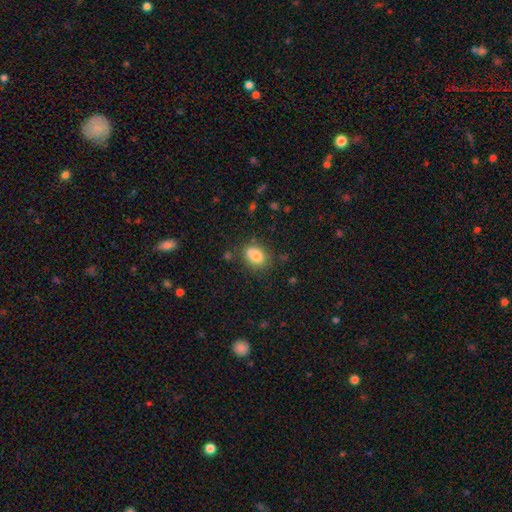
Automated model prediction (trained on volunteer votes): This appears to be a smooth galaxy with no disk features (78%) that is in between round and cigar-shaped (59%). Merging: none (61%).